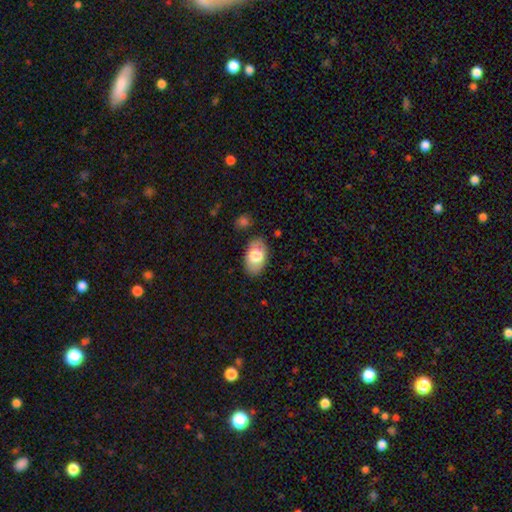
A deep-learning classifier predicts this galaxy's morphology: Smooth or featured? Predicted: smooth (p=0.72). How rounded? Predicted: in between (p=0.91). Merging? Predicted: none (p=0.84).